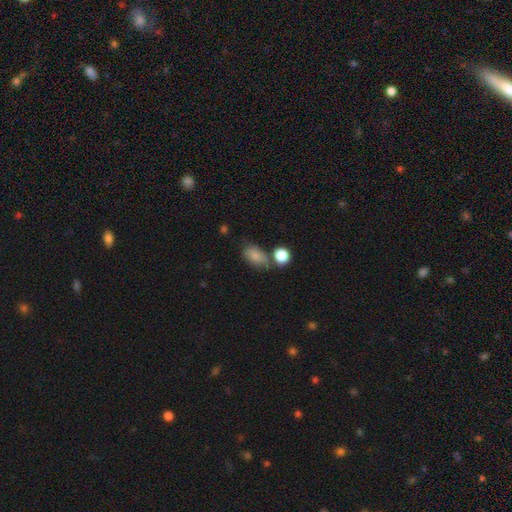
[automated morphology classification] Smooth or featured?
  - smooth: 81% *
  - featured or disk: 10%
  - star or artifact: 9%
How rounded?
  - in between: 85% *
  - round: 12%
  - cigar-shaped: 2%
Merging?
  - none: 53% *
  - minor disturbance: 25%
  - merger: 14%
  - major disturbance: 8%